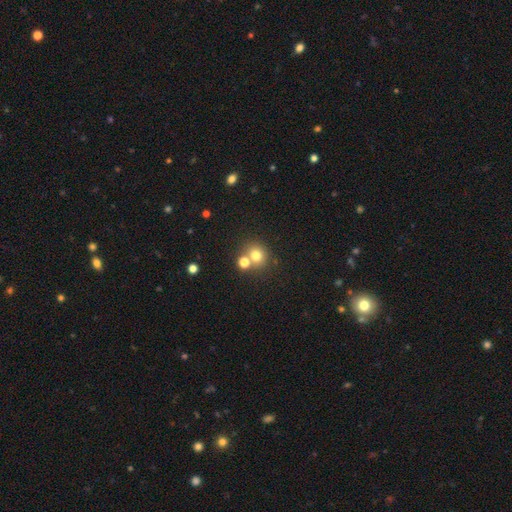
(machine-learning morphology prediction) smooth 74%, star or artifact 15%, featured or disk 10%. Down the decision tree: how rounded — round (83%); merging — none (61%).